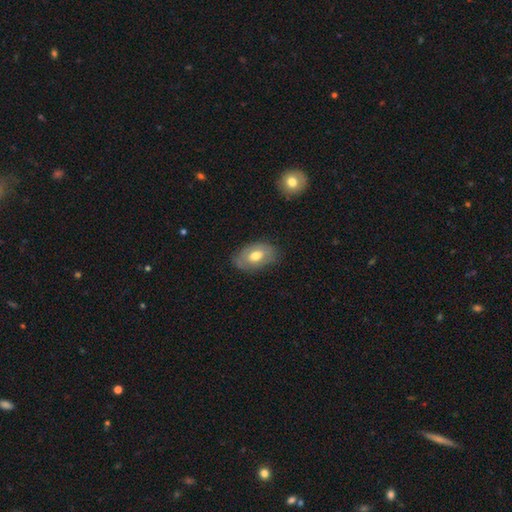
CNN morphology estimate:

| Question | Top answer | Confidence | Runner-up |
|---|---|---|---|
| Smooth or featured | smooth | 60% | featured or disk (34%) |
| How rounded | in between | 89% | round (10%) |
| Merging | none | 77% | minor disturbance (18%) |